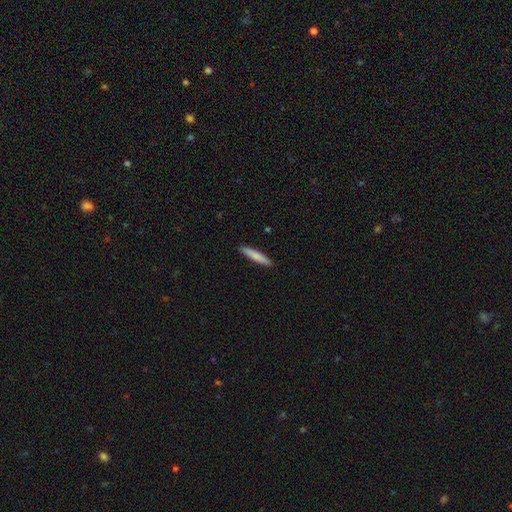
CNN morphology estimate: Smooth or featured: smooth — 79% (featured or disk — 16%)
How rounded: cigar-shaped — 91% (in between — 8%)
Merging: none — 91% (minor disturbance — 7%)